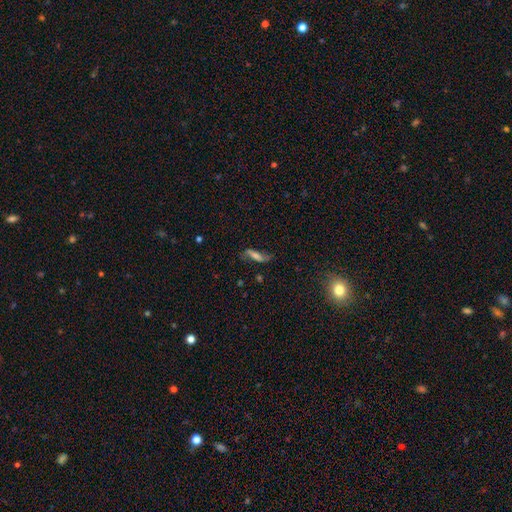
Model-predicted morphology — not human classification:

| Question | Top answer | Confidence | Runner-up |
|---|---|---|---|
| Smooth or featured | featured or disk | 47% | smooth (43%) |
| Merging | none | 62% | minor disturbance (23%) |